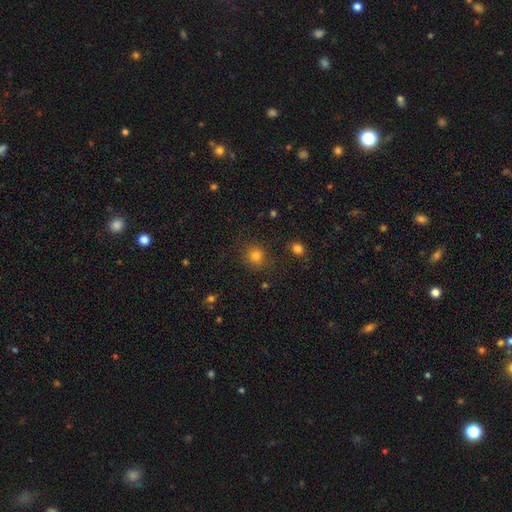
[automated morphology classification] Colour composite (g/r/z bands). It shows a smooth galaxy with no disk features (79%) that is round (87%). Merging: none (81%).